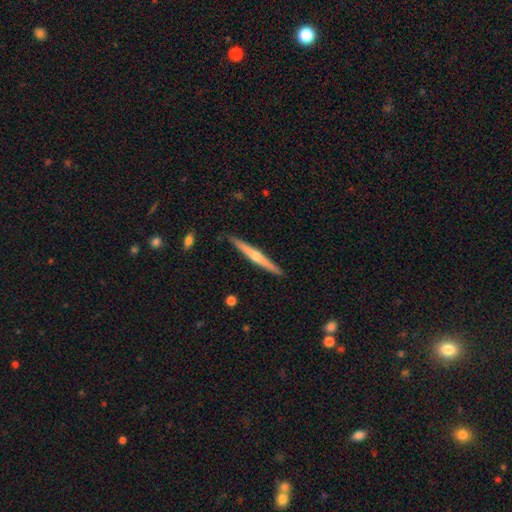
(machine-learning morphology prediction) Smooth or featured? Predicted: featured or disk (p=0.65). Edge-on disk? Predicted: yes (p=0.98). Edge-on bulge? Predicted: rounded (p=0.77). Merging? Predicted: none (p=0.90).